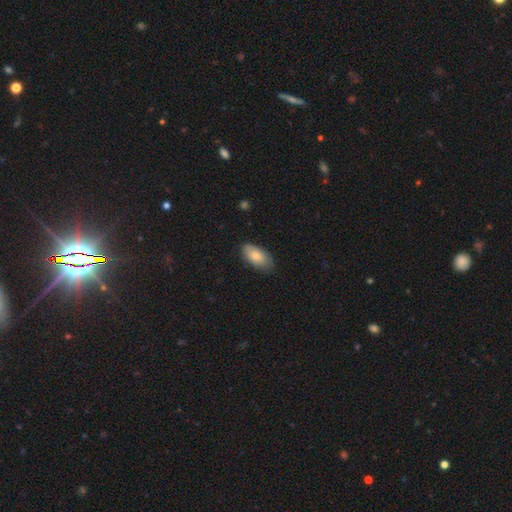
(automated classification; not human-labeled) Smooth or featured?
  - smooth: 78% *
  - featured or disk: 15%
  - star or artifact: 6%
How rounded?
  - in between: 93% *
  - cigar-shaped: 4%
  - round: 3%
Merging?
  - none: 77% *
  - minor disturbance: 19%
  - major disturbance: 3%
  - merger: 1%